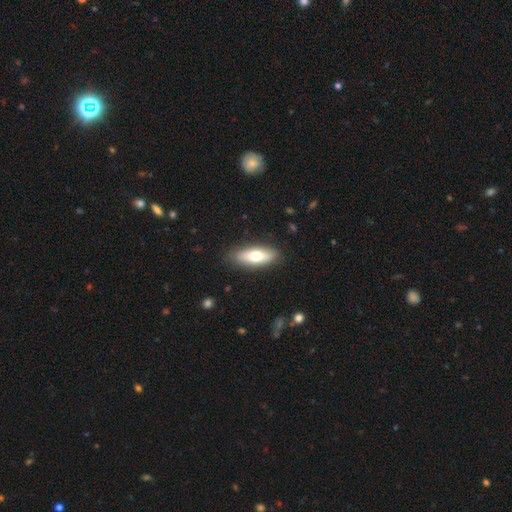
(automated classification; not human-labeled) This appears to be a smooth galaxy with no disk features (66%) that is in between round and cigar-shaped (66%). Merging: none (86%).